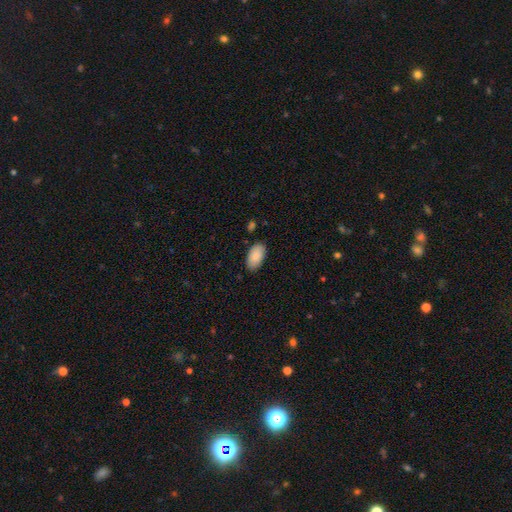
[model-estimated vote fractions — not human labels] Smooth or featured?
  - smooth: 89% *
  - star or artifact: 6%
  - featured or disk: 5%
How rounded?
  - in between: 95% *
  - round: 3%
  - cigar-shaped: 2%
Merging?
  - none: 85% *
  - minor disturbance: 11%
  - major disturbance: 2%
  - merger: 2%